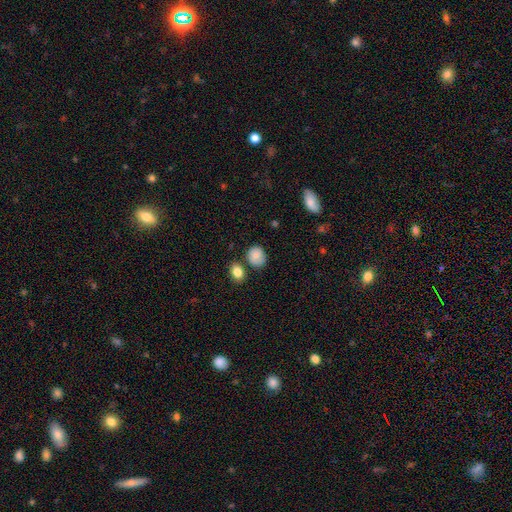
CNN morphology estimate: Q: Smooth or featured?
A: smooth (85%); runner-up: star or artifact (8%)
Q: How rounded?
A: round (59%); runner-up: in between (40%)
Q: Merging?
A: none (67%); runner-up: minor disturbance (20%)